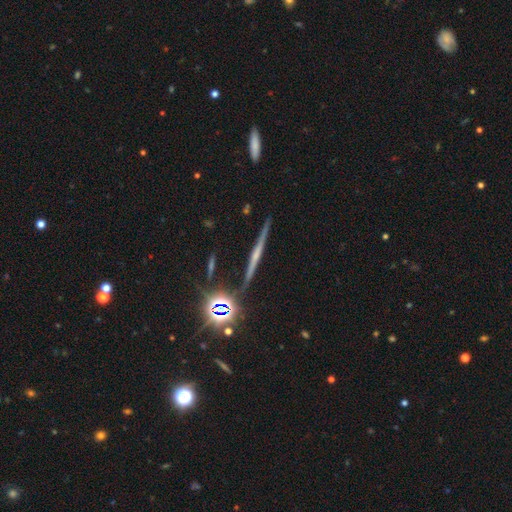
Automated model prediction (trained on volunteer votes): Overall: featured or disk (56%; star or artifact 24%). Edge-on disk: yes (96%). Edge-on bulge: rounded (43%, tied with none). Merging: none (86%).